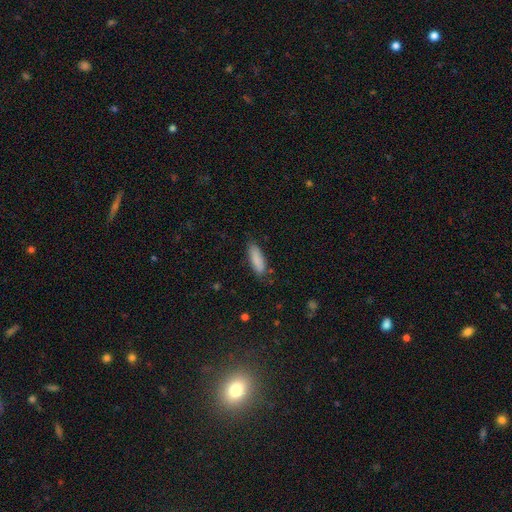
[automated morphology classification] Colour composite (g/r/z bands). It shows a smooth galaxy with no disk features (85%) that is cigar-shaped (55%). Merging: none (83%).